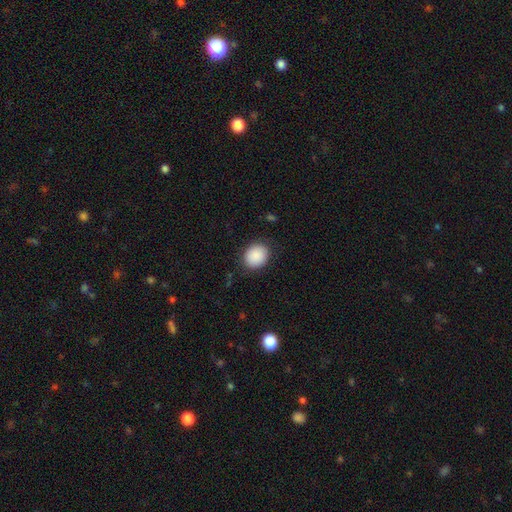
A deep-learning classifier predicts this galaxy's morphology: This is clearly a smooth galaxy (89%). How rounded: likely round (65%). Merging: clearly none (85%).